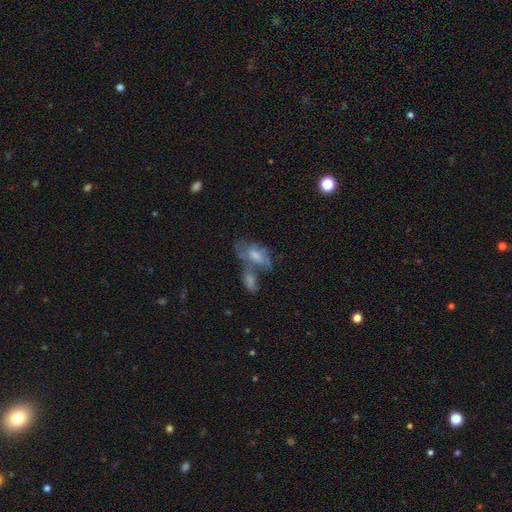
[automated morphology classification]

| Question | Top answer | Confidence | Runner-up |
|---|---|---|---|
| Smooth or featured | smooth | 50% | featured or disk (42%) |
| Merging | merger | 54% | none (19%) |